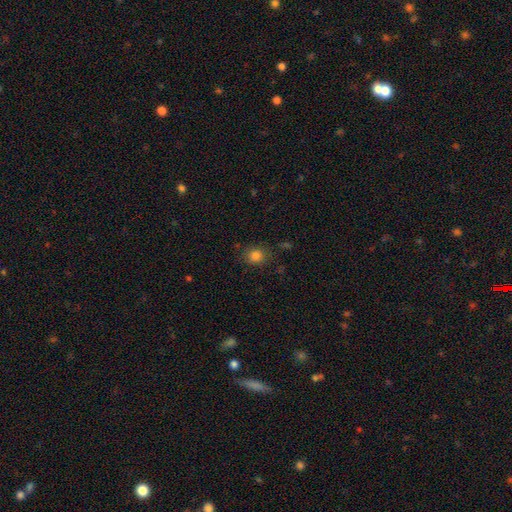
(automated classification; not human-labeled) Morphology: type=smooth (83%); roundness=round (71%); merging=none (80%).